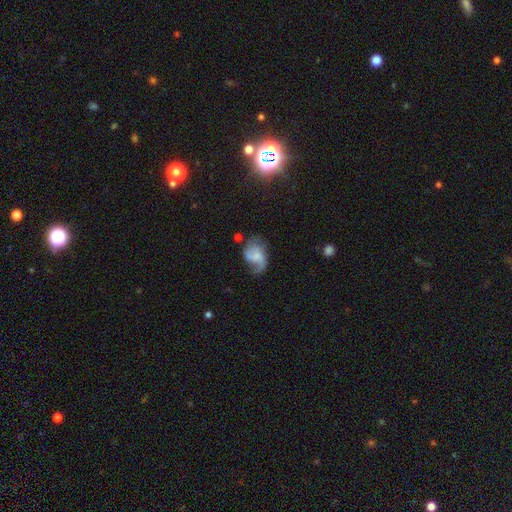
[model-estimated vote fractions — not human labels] This appears to be a featured or disk galaxy (64%) with no bar (55%), 2 (61%) loose (53%) spiral arms (87%) and no central bulge (42%). Merging: none (43%).